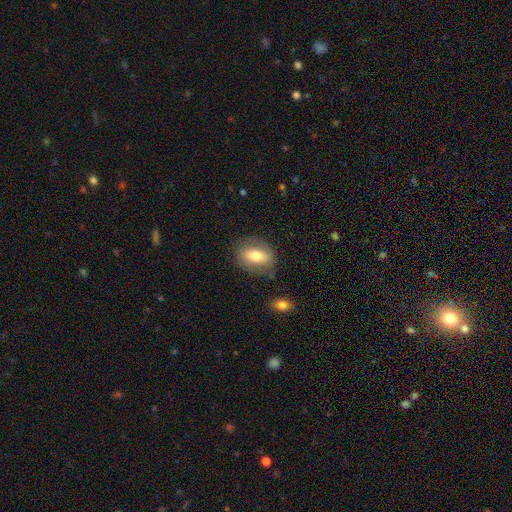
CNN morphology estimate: smooth 62%, featured or disk 31%, star or artifact 7%. Down the decision tree: how rounded — in between (74%); merging — none (77%).